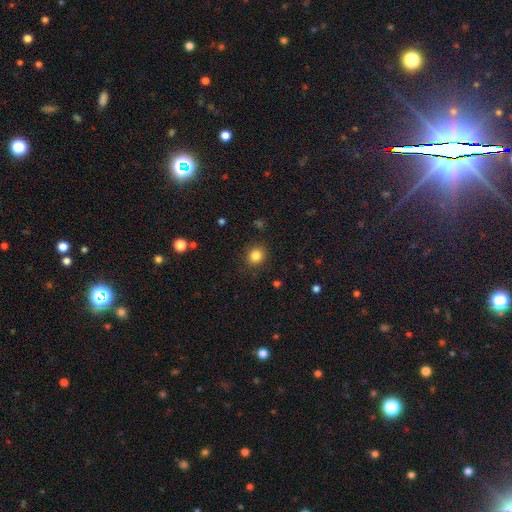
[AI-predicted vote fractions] smooth-or-featured: smooth: 84% | star or artifact: 11% | featured or disk: 5%
  how-rounded: round: 77% | in between: 22% | cigar-shaped: 1%
  merging: none: 88% | minor disturbance: 8% | major disturbance: 3% | merger: 1%